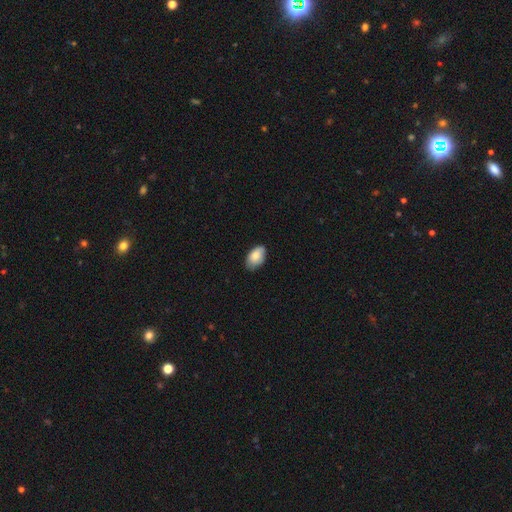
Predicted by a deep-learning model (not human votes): Smooth or featured?
  - smooth: 83% *
  - featured or disk: 10%
  - star or artifact: 7%
How rounded?
  - in between: 92% *
  - round: 6%
  - cigar-shaped: 1%
Merging?
  - none: 71% *
  - minor disturbance: 24%
  - major disturbance: 3%
  - merger: 1%